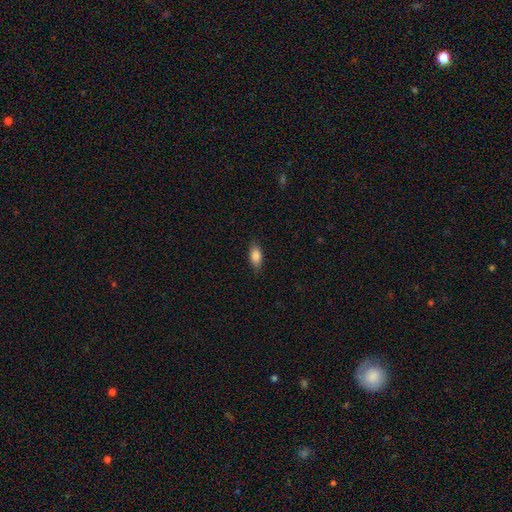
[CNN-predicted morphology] smooth_or_featured: smooth (p=0.85) [alt: featured or disk p=0.08]
how_rounded: in between (p=0.86) [alt: cigar-shaped p=0.10]
merging: none (p=0.83) [alt: minor disturbance p=0.13]